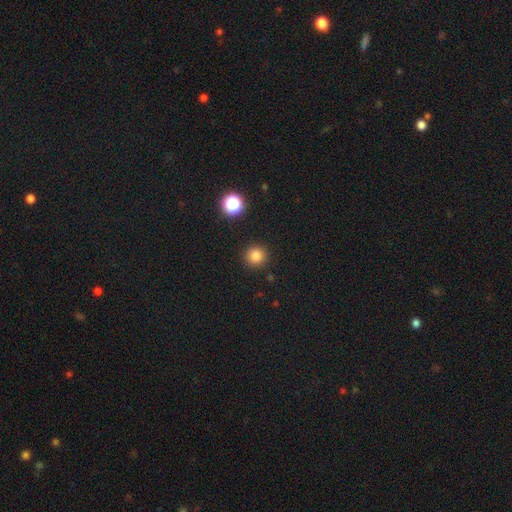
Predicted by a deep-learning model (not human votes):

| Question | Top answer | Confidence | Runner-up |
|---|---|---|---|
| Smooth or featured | smooth | 82% | star or artifact (14%) |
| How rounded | round | 94% | in between (5%) |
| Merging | none | 90% | minor disturbance (6%) |